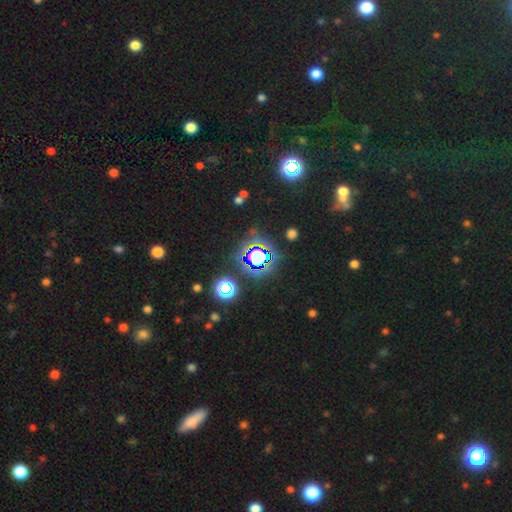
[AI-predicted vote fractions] The model was most divided on "smooth or featured": star or artifact: 66%, smooth: 22%, featured or disk: 11%.